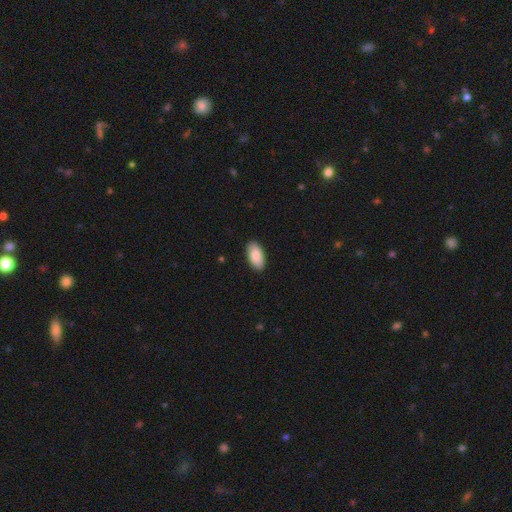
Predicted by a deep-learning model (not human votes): Overall: smooth (87%). How rounded: in between (94%). Merging: none (89%).